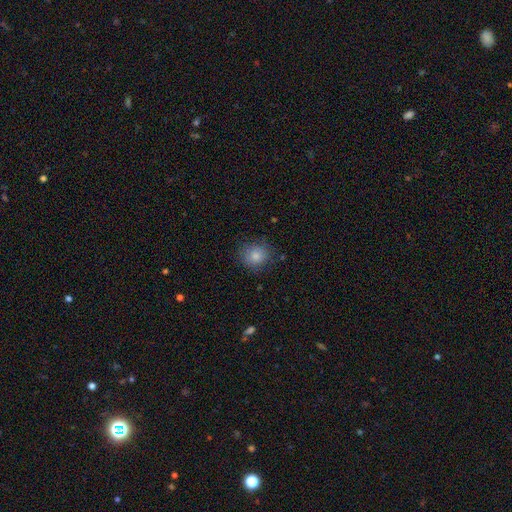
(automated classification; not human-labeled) smooth-or-featured: smooth: 83% | star or artifact: 10% | featured or disk: 7%
  how-rounded: round: 82% | in between: 17% | cigar-shaped: 1%
  merging: none: 80% | minor disturbance: 14% | major disturbance: 4% | merger: 1%